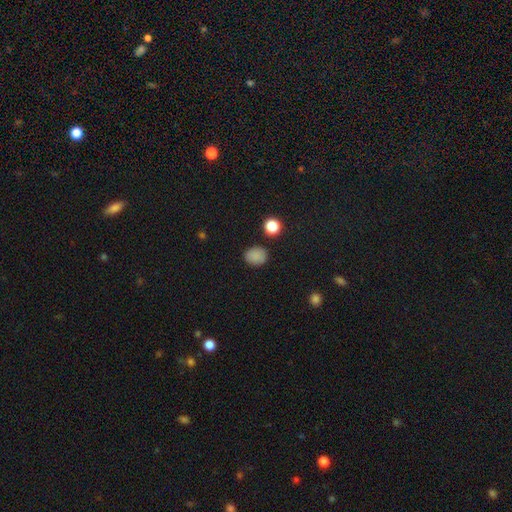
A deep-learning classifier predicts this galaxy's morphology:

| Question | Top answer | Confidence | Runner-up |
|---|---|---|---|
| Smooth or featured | smooth | 83% | star or artifact (12%) |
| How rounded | round | 60% | in between (39%) |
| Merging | none | 83% | minor disturbance (12%) |